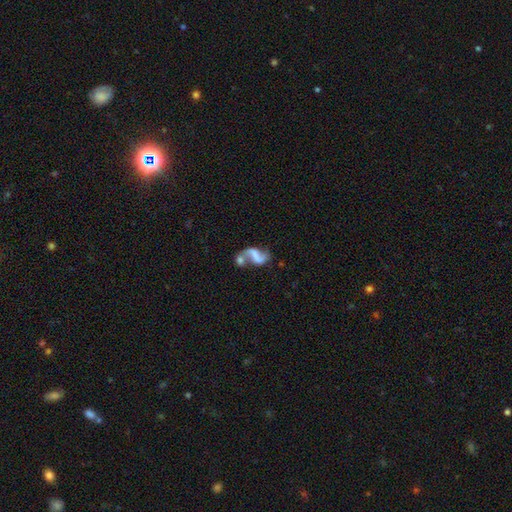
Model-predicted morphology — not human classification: Overall: featured or disk (71%). Edge-on disk: no (97%). Bar: no (40%; weak 35%). Spiral arms: yes (84%). Spiral arm count: 2 (84%). Spiral winding: loose (78%). Bulge size: none (65%). Merging: merger (42%; none 31%).